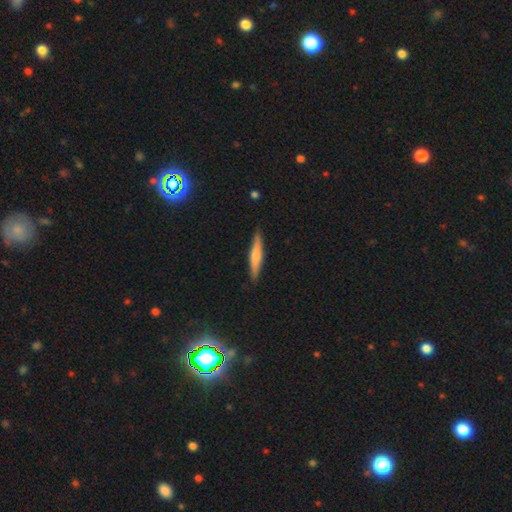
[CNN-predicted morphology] Overall: smooth (58%; featured or disk 36%). How rounded: cigar-shaped (91%). Merging: none (87%).